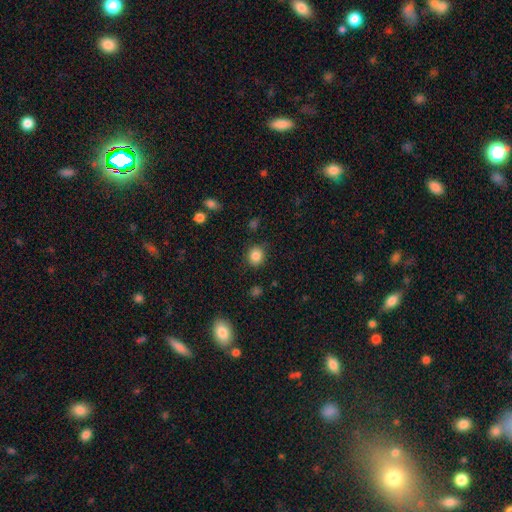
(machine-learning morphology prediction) A smooth galaxy with no disk features (85%) that is round (75%). Merging: none (85%).